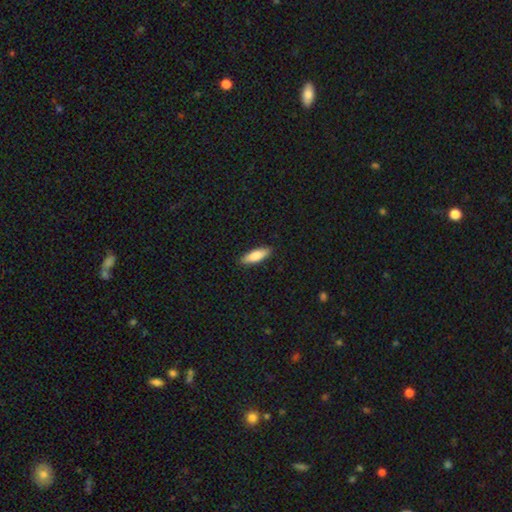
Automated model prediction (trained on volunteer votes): Smooth or featured: smooth — 83% (featured or disk — 11%)
How rounded: in between — 55% (cigar-shaped — 43%)
Merging: none — 89% (minor disturbance — 8%)